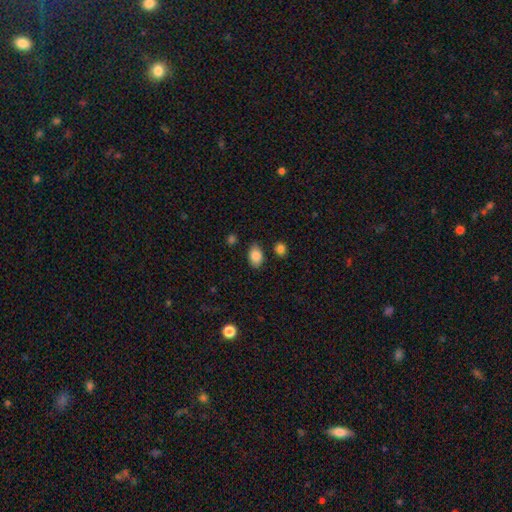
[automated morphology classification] smooth_or_featured: smooth (p=0.86) [alt: star or artifact p=0.08]
how_rounded: in between (p=0.86) [alt: round p=0.13]
merging: none (p=0.83) [alt: minor disturbance p=0.11]